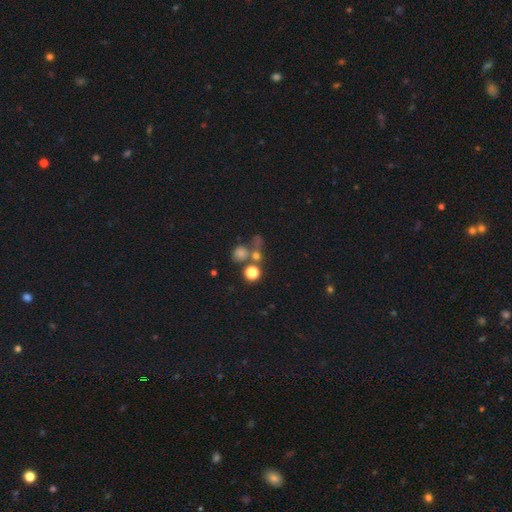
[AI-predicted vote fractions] star or artifact 59%, smooth 26%, featured or disk 15%.